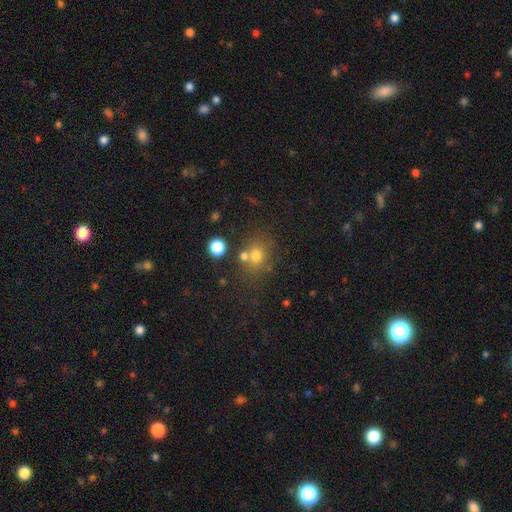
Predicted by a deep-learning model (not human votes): This appears to be a smooth galaxy with no disk features (69%) that is round (65%). Merging: none (60%).